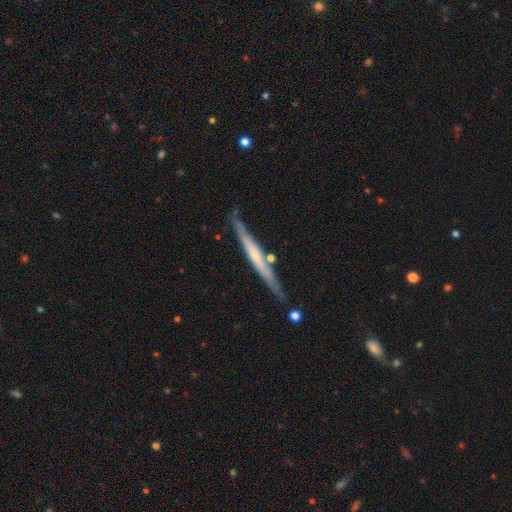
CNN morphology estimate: Smooth or featured? featured or disk (59%)
Edge-on disk? yes (95%)
Edge-on bulge? none (68%)
Merging? none (79%)